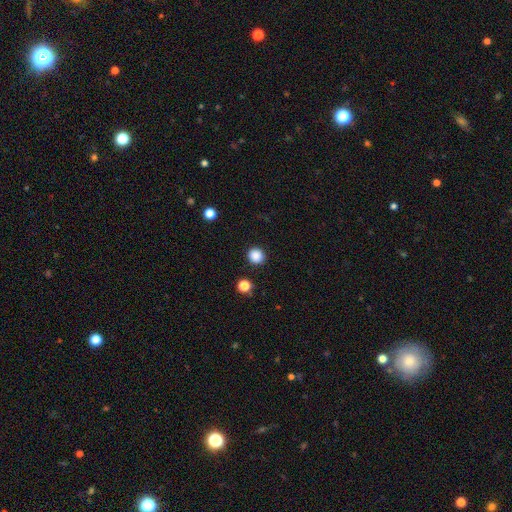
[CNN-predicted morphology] Smooth or featured? Predicted: smooth (p=0.87). How rounded? Predicted: round (p=0.91). Merging? Predicted: none (p=0.91).